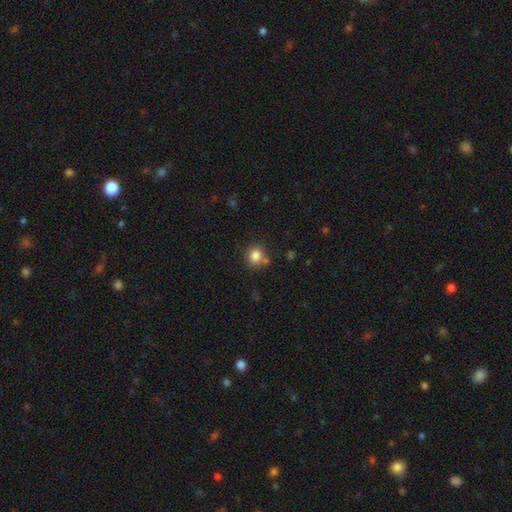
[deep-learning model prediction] Smooth or featured: smooth — 83% (star or artifact — 11%)
How rounded: round — 86% (in between — 13%)
Merging: none — 71% (minor disturbance — 15%)